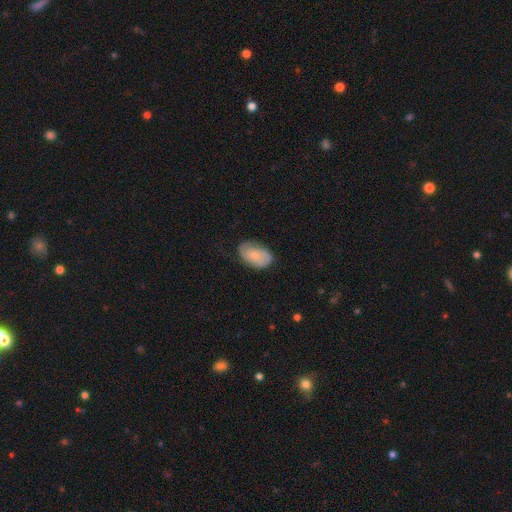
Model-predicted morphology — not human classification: type=smooth (52%); roundness=in between (89%); merging=none (72%).